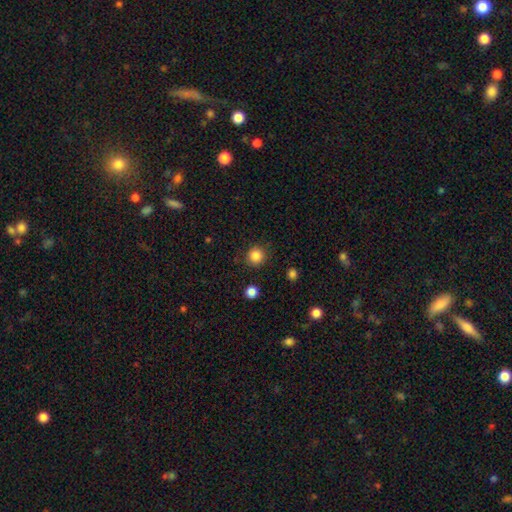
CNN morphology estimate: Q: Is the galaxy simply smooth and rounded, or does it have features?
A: smooth — 86%.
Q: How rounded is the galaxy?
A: round — 94%.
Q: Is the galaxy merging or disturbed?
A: none — 88%.